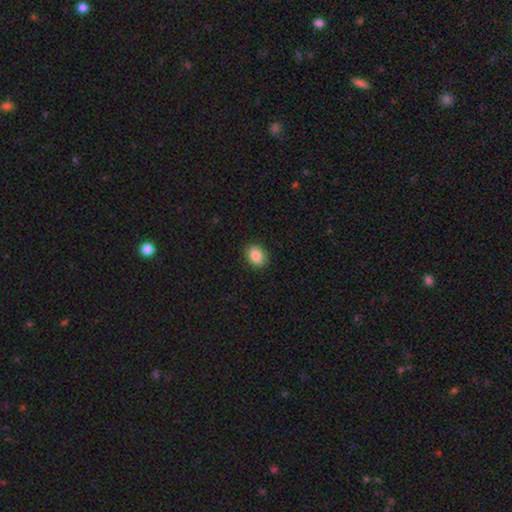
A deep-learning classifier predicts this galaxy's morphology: smooth-or-featured: smooth: 88% | star or artifact: 8% | featured or disk: 4%
  how-rounded: in between: 66% | round: 33% | cigar-shaped: 1%
  merging: none: 89% | minor disturbance: 8% | major disturbance: 2% | merger: 1%